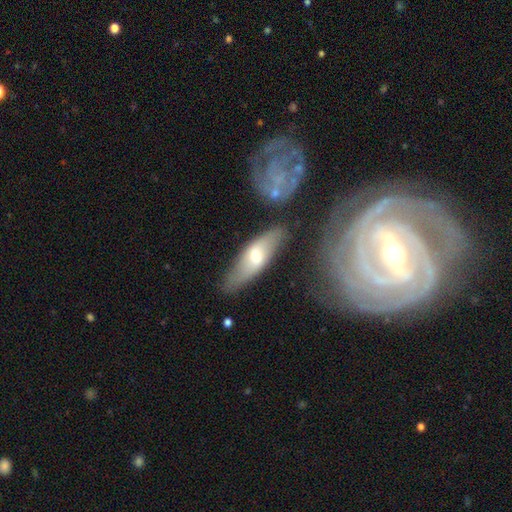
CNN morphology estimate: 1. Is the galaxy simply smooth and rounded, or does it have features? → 48% featured or disk, 45% smooth, 7% star or artifact.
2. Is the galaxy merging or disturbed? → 73% none, 16% minor disturbance, 7% merger, 5% major disturbance.